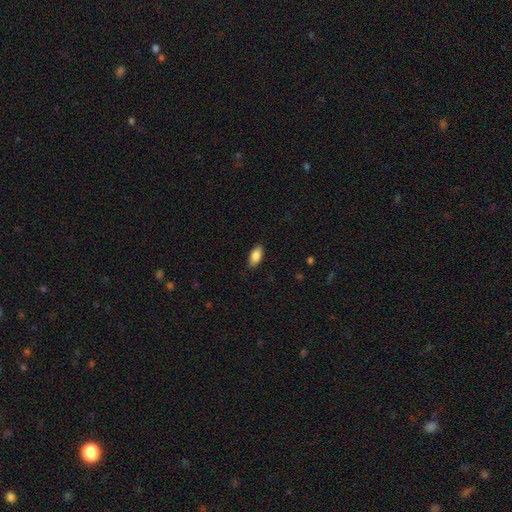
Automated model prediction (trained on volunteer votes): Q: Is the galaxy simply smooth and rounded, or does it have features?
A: smooth — 87%.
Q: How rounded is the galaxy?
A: in between — 90%.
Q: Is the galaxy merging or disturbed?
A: none — 87%.